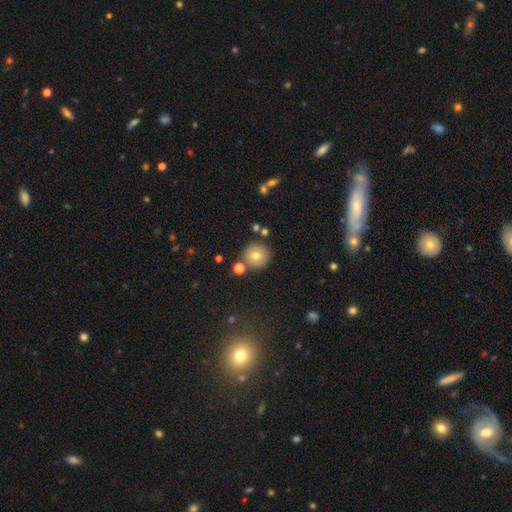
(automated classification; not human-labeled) The model was most divided on "smooth or featured": smooth: 73%, featured or disk: 15%, star or artifact: 12%. More confident: how rounded — round (94%); merging — none (80%).